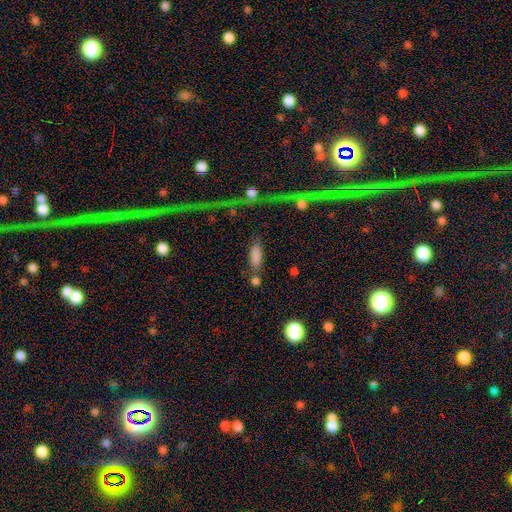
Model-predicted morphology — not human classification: smooth_or_featured: smooth (p=0.83) [alt: star or artifact p=0.09]
how_rounded: in between (p=0.64) [alt: cigar-shaped p=0.32]
merging: none (p=0.61) [alt: merger p=0.20]